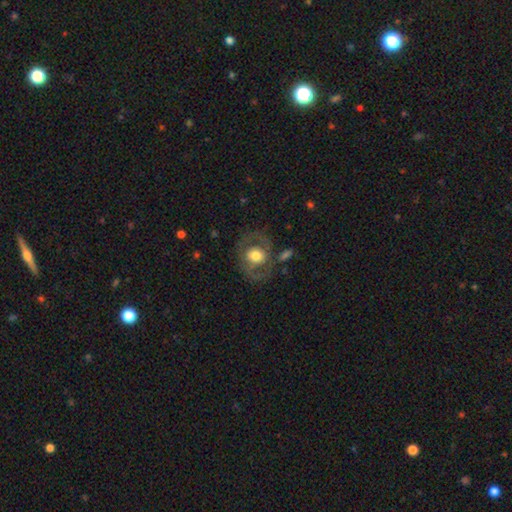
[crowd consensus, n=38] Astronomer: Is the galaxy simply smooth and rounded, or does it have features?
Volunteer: smooth — 50% (runner-up: featured or disk, 42%).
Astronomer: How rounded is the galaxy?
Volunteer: round — 68%.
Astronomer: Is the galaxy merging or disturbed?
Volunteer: none — 77%.